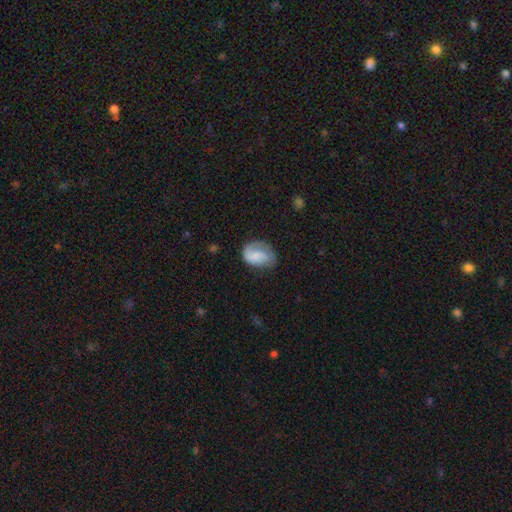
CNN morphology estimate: smooth-or-featured: smooth: 57% | featured or disk: 36% | star or artifact: 7%
  how-rounded: in between: 69% | round: 29% | cigar-shaped: 1%
  merging: none: 50% | minor disturbance: 29% | major disturbance: 19% | merger: 2%